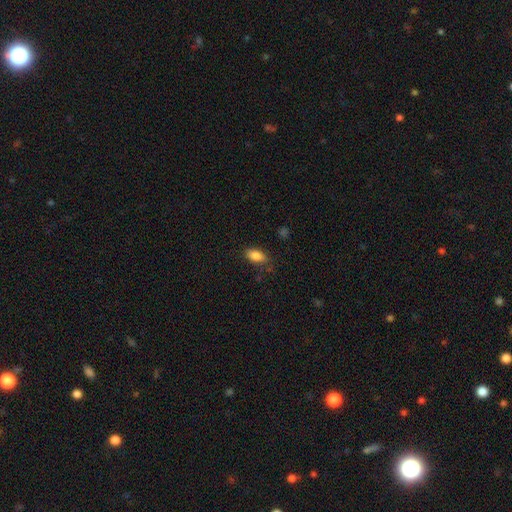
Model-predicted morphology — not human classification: Q: Smooth or featured?
A: smooth (86%); runner-up: star or artifact (8%)
Q: How rounded?
A: in between (89%); runner-up: cigar-shaped (7%)
Q: Merging?
A: none (79%); runner-up: minor disturbance (16%)